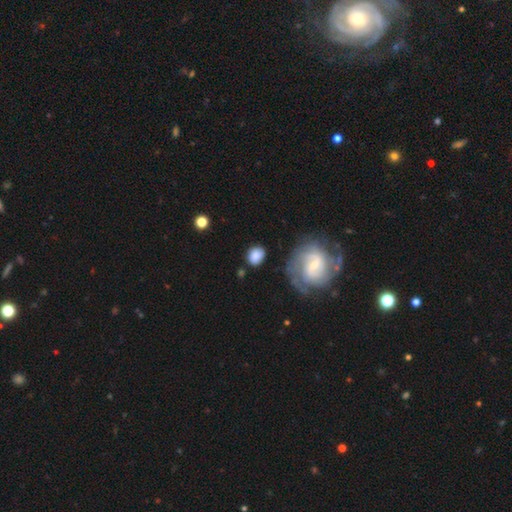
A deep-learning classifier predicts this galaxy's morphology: Q: Smooth or featured?
A: smooth (72%); runner-up: featured or disk (21%)
Q: How rounded?
A: round (54%); runner-up: in between (44%)
Q: Merging?
A: none (74%); runner-up: minor disturbance (15%)